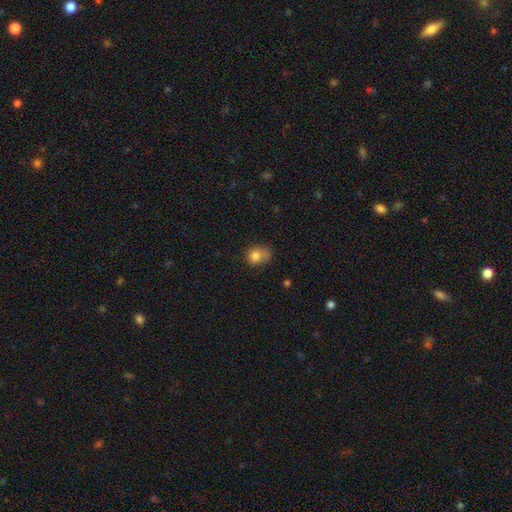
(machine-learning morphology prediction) Overall: smooth (80%). How rounded: round (51%; in between 48%). Merging: none (45%; minor disturbance 35%).